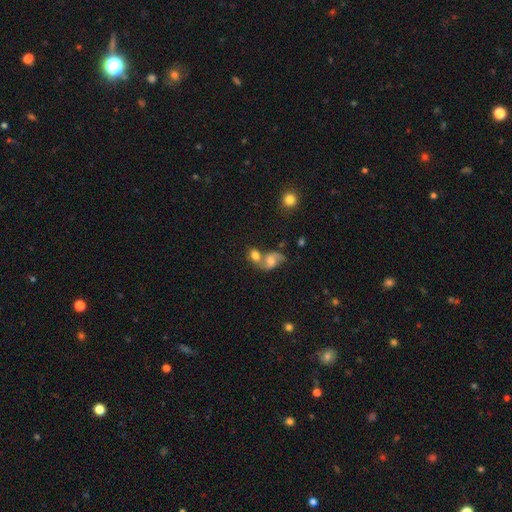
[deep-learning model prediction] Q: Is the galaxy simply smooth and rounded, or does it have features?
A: smooth — 56%.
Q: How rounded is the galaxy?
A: in between — 58%.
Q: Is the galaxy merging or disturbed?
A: merger — 60%.